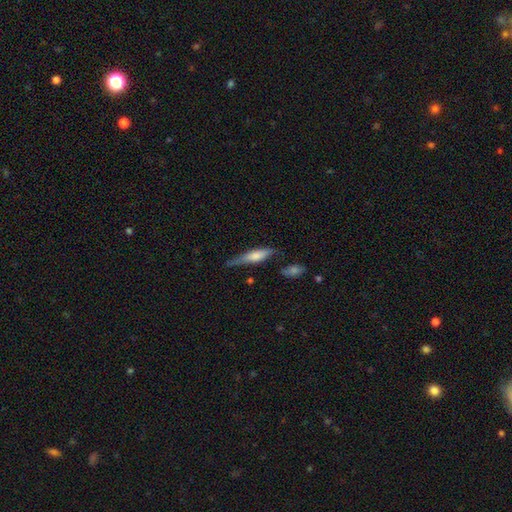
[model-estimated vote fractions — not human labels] Smooth or featured? smooth (56%)
How rounded? cigar-shaped (76%)
Merging? none (58%)